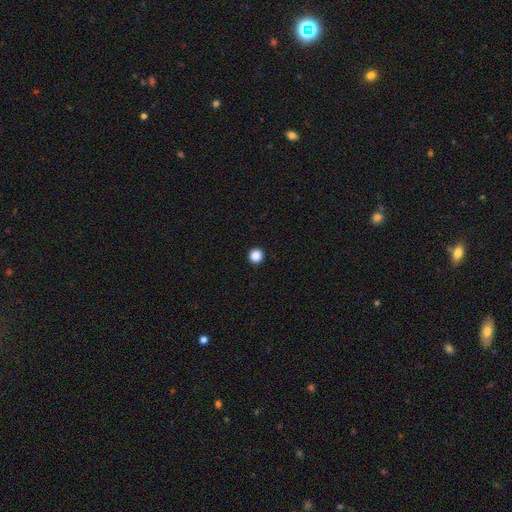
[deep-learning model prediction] Morphology: type=smooth (88%); roundness=round (96%); merging=none (94%).